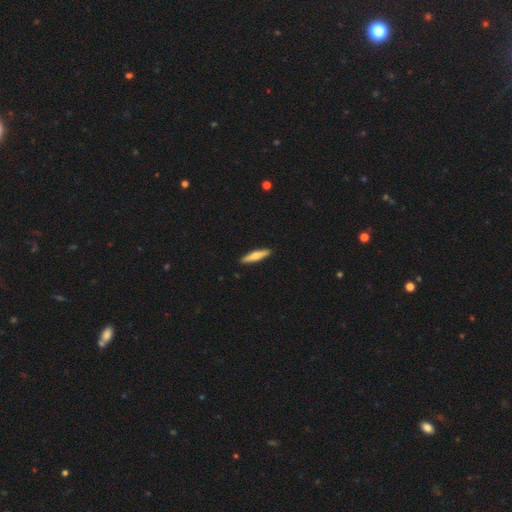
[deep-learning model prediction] Smooth or featured? smooth (60%)
How rounded? cigar-shaped (87%)
Merging? none (91%)